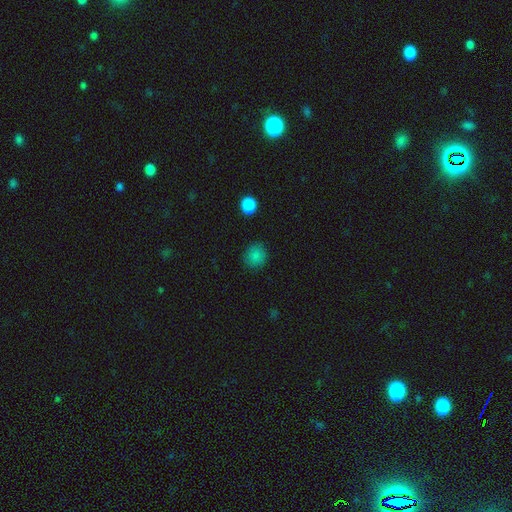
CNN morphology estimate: type=smooth (85%); roundness=round (85%); merging=none (87%).